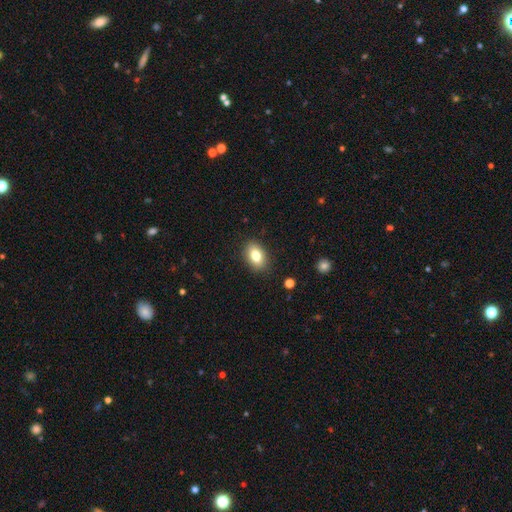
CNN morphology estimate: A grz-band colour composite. It shows a smooth galaxy with no disk features (81%) that is in between round and cigar-shaped (86%). Merging: none (87%).